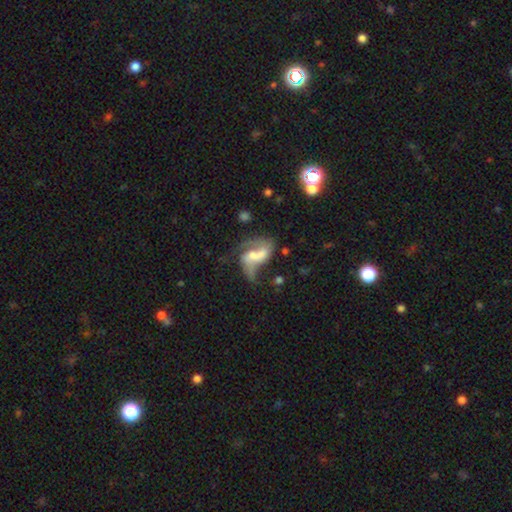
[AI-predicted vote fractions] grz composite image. It shows a featured or disk galaxy (65%) with no bar (45%), spiral arms (71%) and a moderate central bulge (37%). Merging: major disturbance (38%).